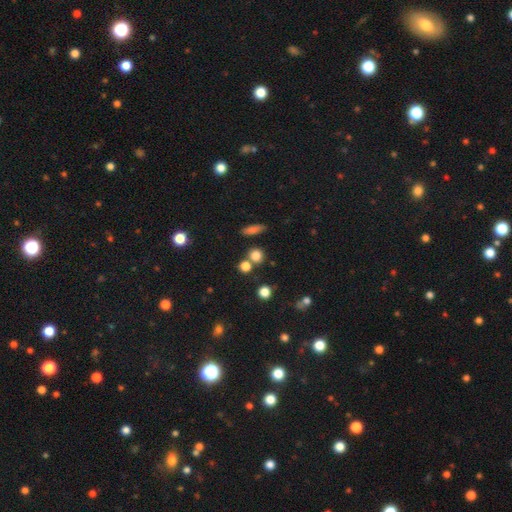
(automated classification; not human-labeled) smooth 77%, star or artifact 16%, featured or disk 7%. Down the decision tree: how rounded — round (85%); merging — none (67%).